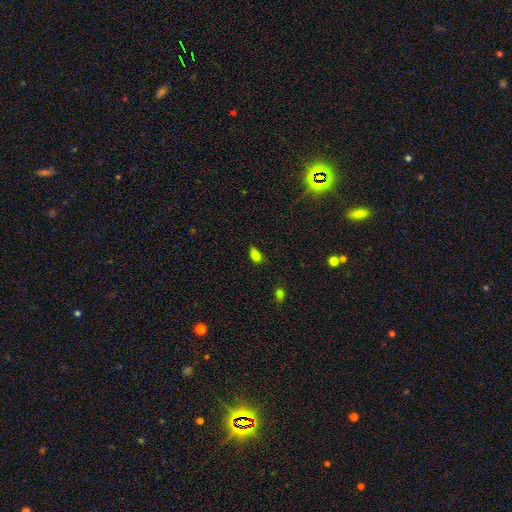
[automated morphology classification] A smooth galaxy with no disk features (80%) that is in between round and cigar-shaped (86%). Merging: none (59%).